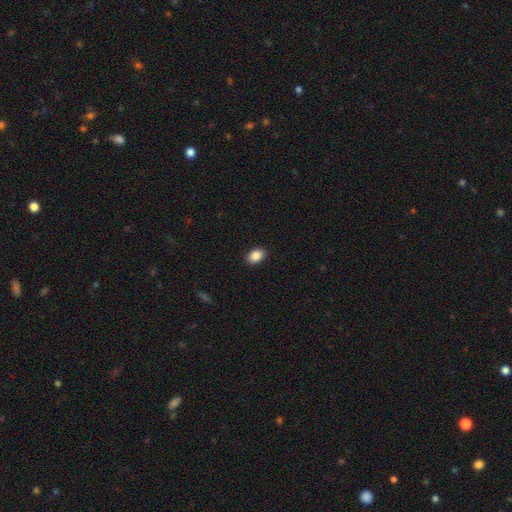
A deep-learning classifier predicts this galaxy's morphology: Smooth or featured? Predicted: smooth (p=0.88). How rounded? Predicted: in between (p=0.83). Merging? Predicted: none (p=0.90).